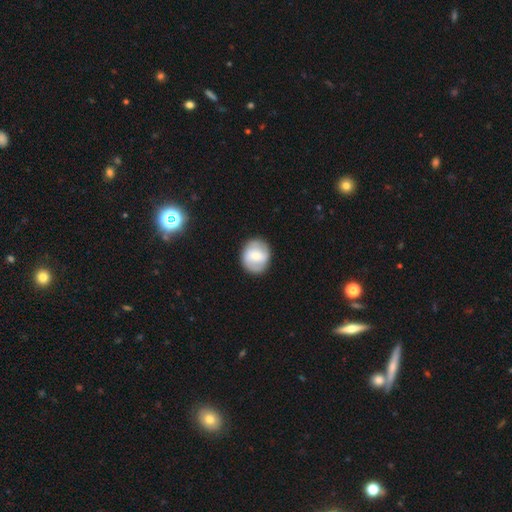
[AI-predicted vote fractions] This appears to be a smooth galaxy with no disk features (50%) that is round (78%). Merging: none (86%).